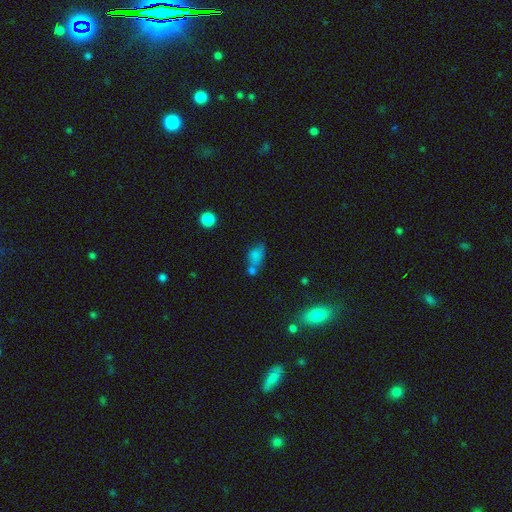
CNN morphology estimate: smooth_or_featured: smooth (p=0.74) [alt: star or artifact p=0.14]
how_rounded: in between (p=0.81) [alt: round p=0.14]
merging: merger (p=0.38) [alt: none p=0.35]